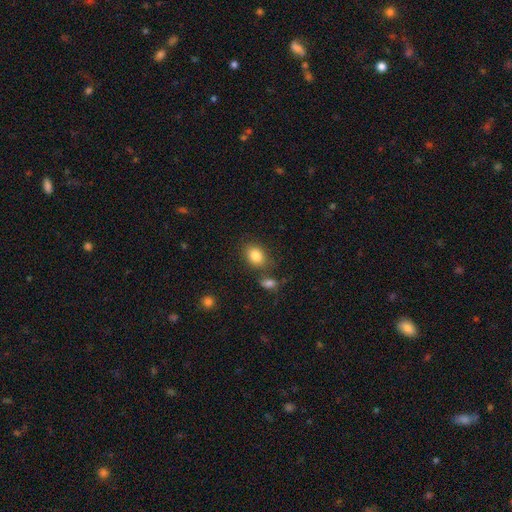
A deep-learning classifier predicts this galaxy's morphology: This is clearly a smooth galaxy (85%). How rounded: likely in between (65%). Merging: likely none (74%).